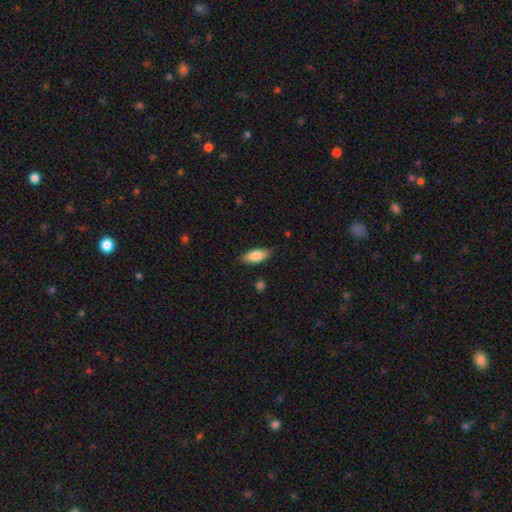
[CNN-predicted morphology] Smooth or featured: smooth — 82% (featured or disk — 11%)
How rounded: in between — 84% (cigar-shaped — 14%)
Merging: none — 85% (minor disturbance — 11%)